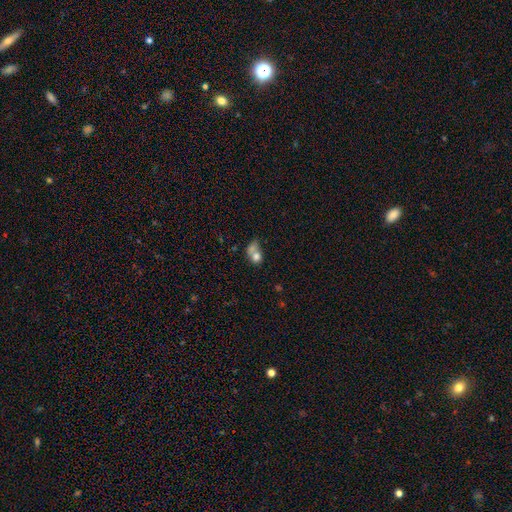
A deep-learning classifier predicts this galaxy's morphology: type=smooth (70%); roundness=round (55%); merging=merger (60%).